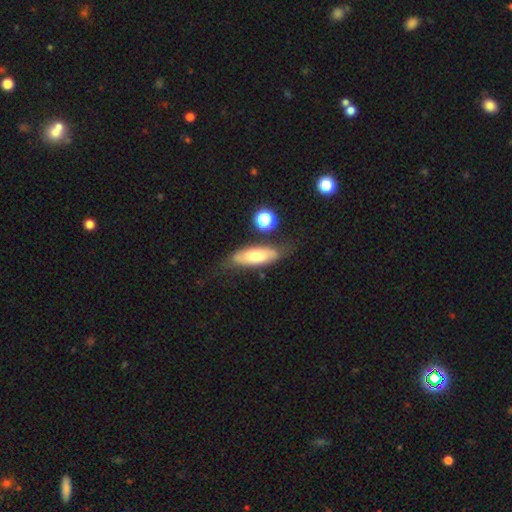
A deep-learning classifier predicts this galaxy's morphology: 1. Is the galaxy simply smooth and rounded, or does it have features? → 56% smooth, 37% featured or disk, 8% star or artifact.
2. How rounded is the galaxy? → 60% in between, 38% cigar-shaped, 3% round.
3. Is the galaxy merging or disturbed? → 65% none, 21% minor disturbance, 8% major disturbance, 5% merger.